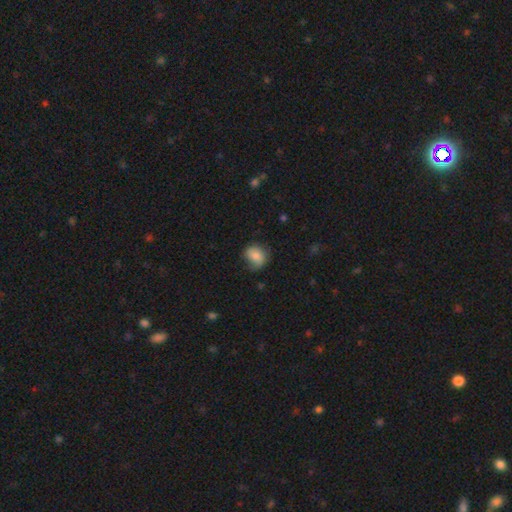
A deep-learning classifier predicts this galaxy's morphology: Overall: smooth (73%). How rounded: round (62%; in between 37%). Merging: none (57%; minor disturbance 30%).